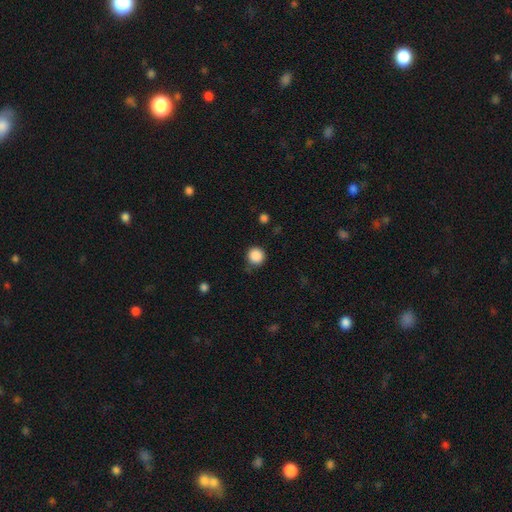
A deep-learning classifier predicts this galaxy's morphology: Smooth or featured? Predicted: smooth (p=0.88). How rounded? Predicted: round (p=0.95). Merging? Predicted: none (p=0.81).